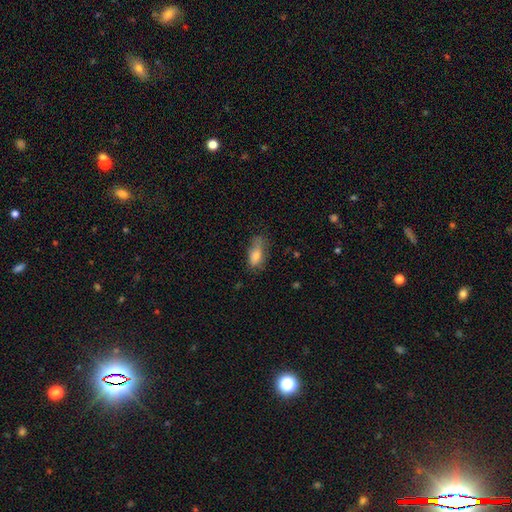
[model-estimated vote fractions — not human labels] Q: Smooth or featured?
A: smooth (74%); runner-up: featured or disk (17%)
Q: How rounded?
A: in between (83%); runner-up: cigar-shaped (12%)
Q: Merging?
A: none (48%); runner-up: minor disturbance (33%)